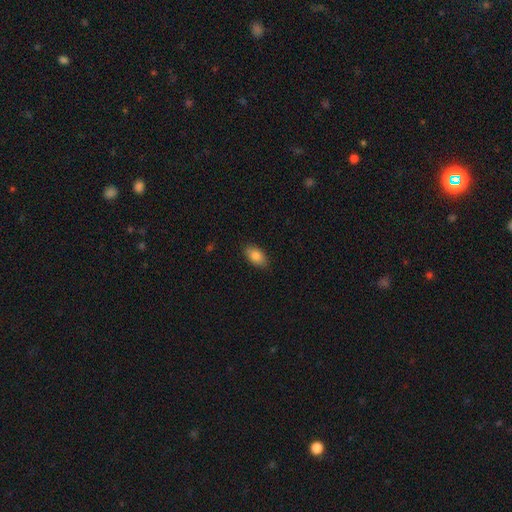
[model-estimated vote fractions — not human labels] A smooth galaxy with no disk features (83%) that is in between round and cigar-shaped (91%). Merging: none (85%).